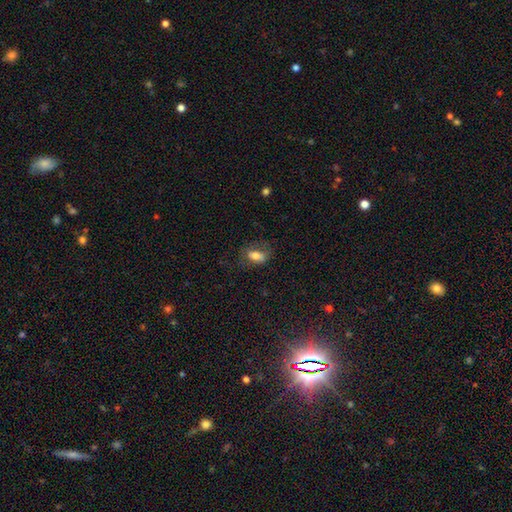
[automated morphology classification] The model was most divided on "merging": none: 63%, minor disturbance: 23%, major disturbance: 13%, merger: 2%. More confident: how rounded — in between (86%); smooth or featured — smooth (75%).